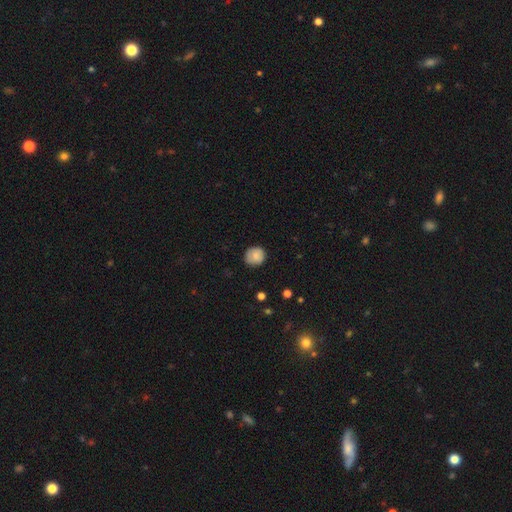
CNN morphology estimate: A smooth galaxy with no disk features (81%) that is round (87%). Merging: none (81%).